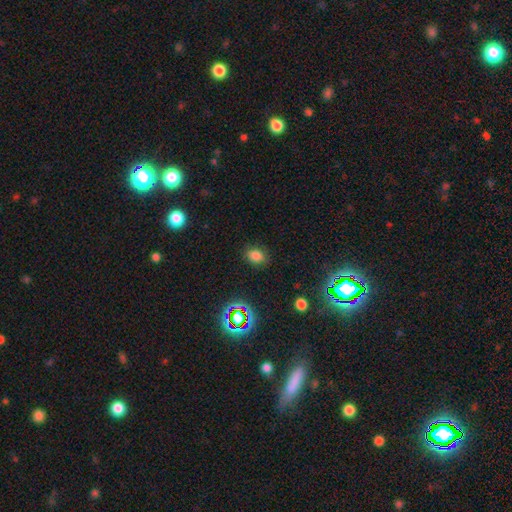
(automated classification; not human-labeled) smooth_or_featured: smooth (p=0.77) [alt: star or artifact p=0.17]
how_rounded: in between (p=0.65) [alt: round p=0.33]
merging: none (p=0.84) [alt: minor disturbance p=0.12]